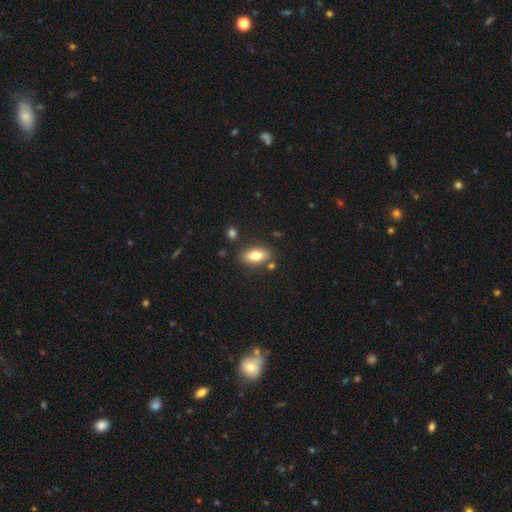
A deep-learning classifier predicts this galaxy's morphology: smooth_or_featured: smooth (p=0.74) [alt: featured or disk p=0.18]
how_rounded: in between (p=0.83) [alt: cigar-shaped p=0.12]
merging: none (p=0.81) [alt: minor disturbance p=0.11]